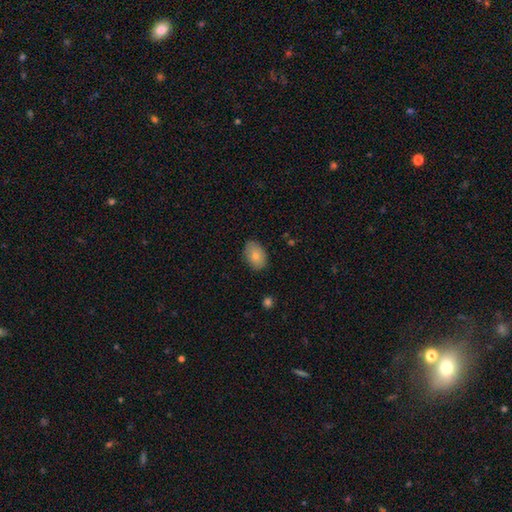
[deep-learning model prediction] Smooth or featured? smooth (80%)
How rounded? in between (85%)
Merging? none (83%)